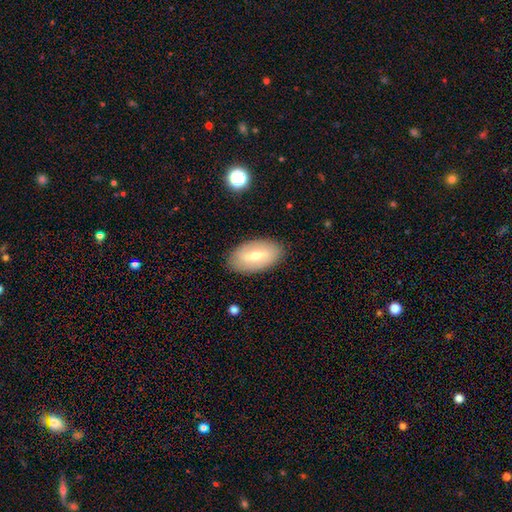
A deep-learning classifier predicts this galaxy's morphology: smooth-or-featured: smooth: 48% | featured or disk: 39% | star or artifact: 12%
  merging: none: 87% | minor disturbance: 9% | major disturbance: 2% | merger: 1%